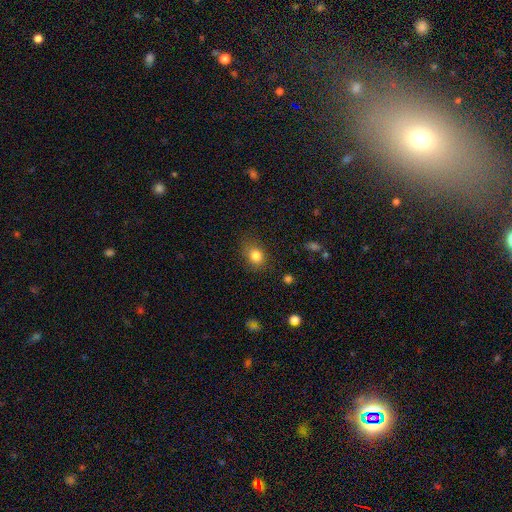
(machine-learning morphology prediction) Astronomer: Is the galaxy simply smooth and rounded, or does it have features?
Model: smooth — 83%.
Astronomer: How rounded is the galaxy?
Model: round — 55% (runner-up: in between, 44%).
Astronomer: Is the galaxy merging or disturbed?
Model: none — 77%.